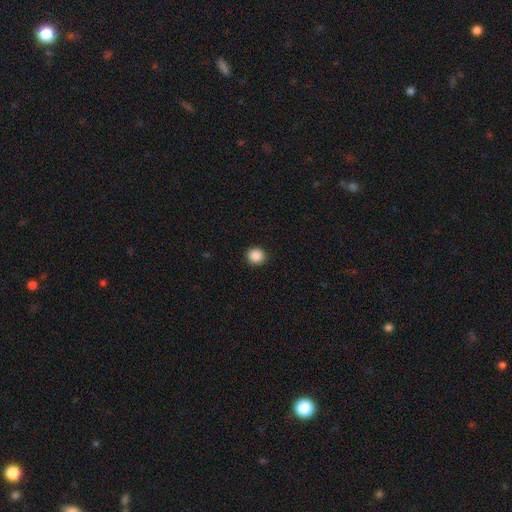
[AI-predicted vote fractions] This appears to be a smooth galaxy with no disk features (88%) that is round (90%). Merging: none (92%).